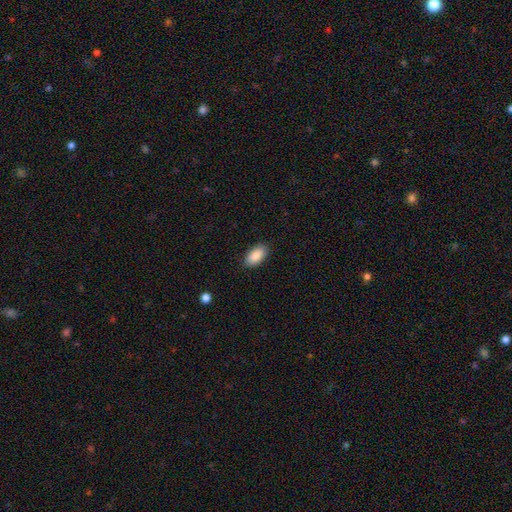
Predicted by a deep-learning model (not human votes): This appears to be a smooth galaxy with no disk features (90%) that is in between round and cigar-shaped (95%). Merging: none (88%).